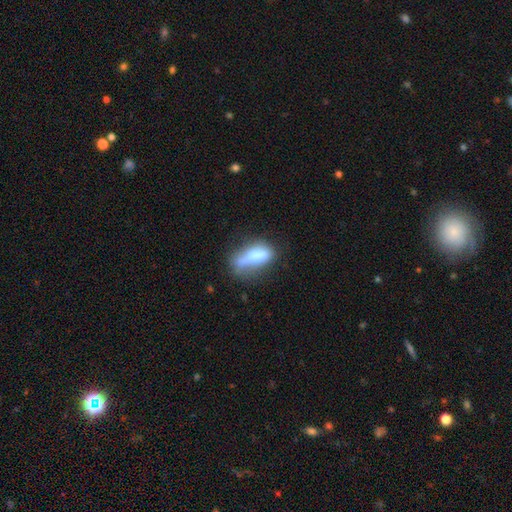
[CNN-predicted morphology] A smooth galaxy with no disk features (63%) that is in between round and cigar-shaped (58%).

Vote fractions:
- Smooth or featured? smooth: 63% / featured or disk: 28% / star or artifact: 8%
- How rounded? in between: 58% / cigar-shaped: 38% / round: 4%
- Merging? none: 42% / minor disturbance: 28% / major disturbance: 20% / merger: 10%